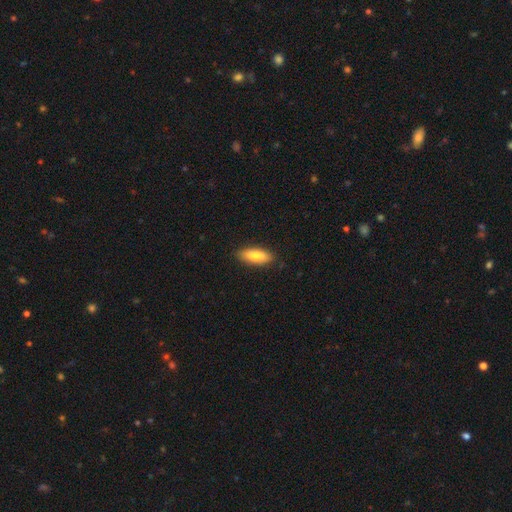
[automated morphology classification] Overall: smooth (77%). How rounded: in between (68%; cigar-shaped 29%). Merging: none (87%).